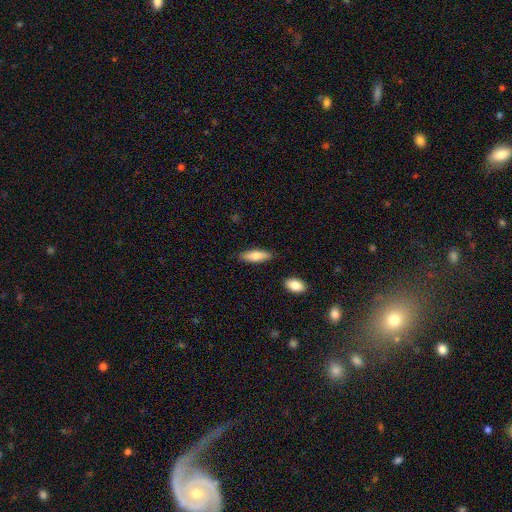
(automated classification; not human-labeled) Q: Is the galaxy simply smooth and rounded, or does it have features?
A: smooth — 77%.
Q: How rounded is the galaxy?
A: in between — 55%.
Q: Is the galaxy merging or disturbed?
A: none — 84%.